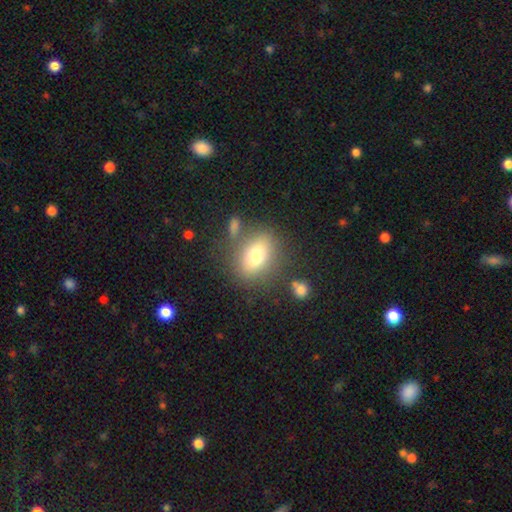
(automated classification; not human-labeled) A smooth galaxy with no disk features (74%) that is in between round and cigar-shaped (71%).

Vote fractions:
- Smooth or featured? smooth: 74% / featured or disk: 17% / star or artifact: 9%
- How rounded? in between: 71% / round: 26% / cigar-shaped: 3%
- Merging? none: 73% / minor disturbance: 13% / merger: 8% / major disturbance: 5%